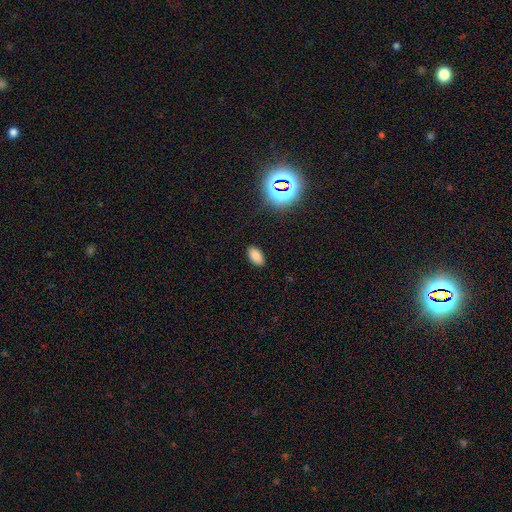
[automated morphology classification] Smooth or featured?
  - smooth: 82% *
  - star or artifact: 12%
  - featured or disk: 5%
How rounded?
  - in between: 93% *
  - round: 4%
  - cigar-shaped: 3%
Merging?
  - none: 88% *
  - minor disturbance: 9%
  - major disturbance: 2%
  - merger: 1%